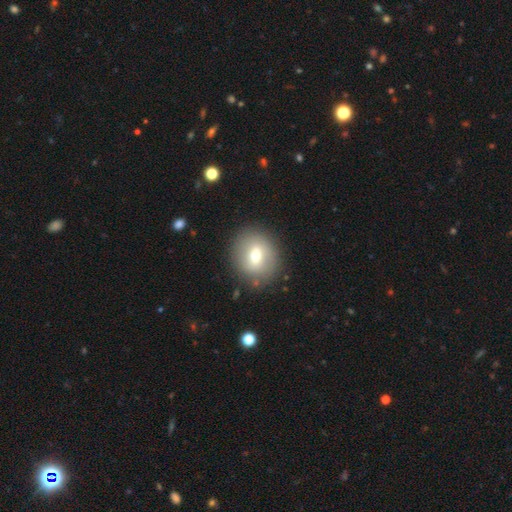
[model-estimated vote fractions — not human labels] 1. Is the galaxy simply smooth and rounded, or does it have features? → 63% smooth, 27% featured or disk, 10% star or artifact.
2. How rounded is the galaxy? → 74% round, 25% in between, 1% cigar-shaped.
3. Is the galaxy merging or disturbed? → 86% none, 9% minor disturbance, 3% major disturbance, 2% merger.